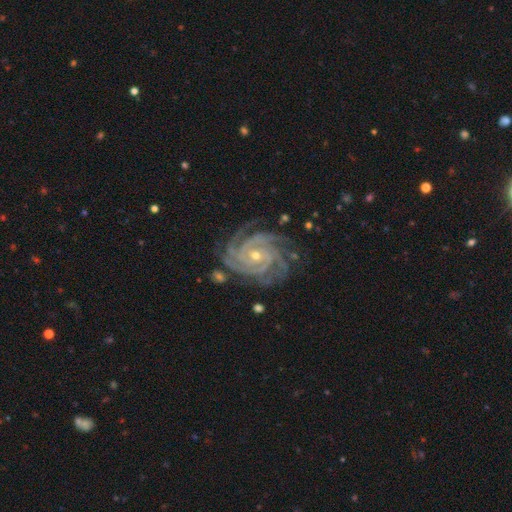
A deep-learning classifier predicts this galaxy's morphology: A featured or disk galaxy (93%) with no bar (62%), 4 (40%) tight (78%) spiral arms (99%) and a small central bulge (65%).

Vote fractions:
- Smooth or featured? featured or disk: 93% / star or artifact: 5% / smooth: 3%
- Edge-on disk? no: 98% / yes: 2%
- Bar? no: 62% / weak: 26% / strong: 12%
- Spiral arms? yes: 99% / no: 1%
- Spiral winding? tight: 78% / medium: 20% / loose: 2%
- Spiral arm count? 4: 40% / more than 4: 19% / 3: 17% / can't tell: 10% / 2: 7% / 1: 6%
- Bulge size? small: 65% / moderate: 33% / large: 1% / none: 1% / dominant: 1%
- Merging? none: 75% / minor disturbance: 17% / major disturbance: 6% / merger: 2%